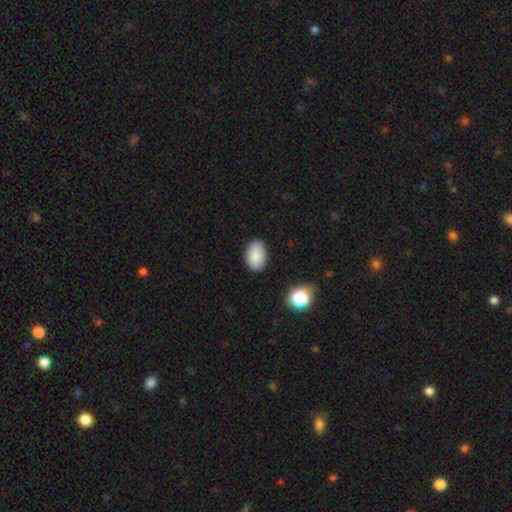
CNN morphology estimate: The model was most divided on "how rounded": in between: 89%, round: 10%, cigar-shaped: 1%. More confident: smooth or featured — smooth (88%); merging — none (88%).